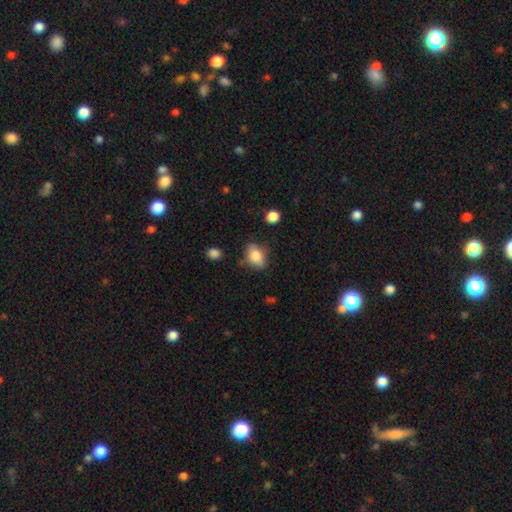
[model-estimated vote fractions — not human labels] Smooth or featured?
  - smooth: 80% *
  - featured or disk: 12%
  - star or artifact: 8%
How rounded?
  - in between: 80% *
  - round: 17%
  - cigar-shaped: 3%
Merging?
  - none: 71% *
  - minor disturbance: 20%
  - major disturbance: 5%
  - merger: 3%